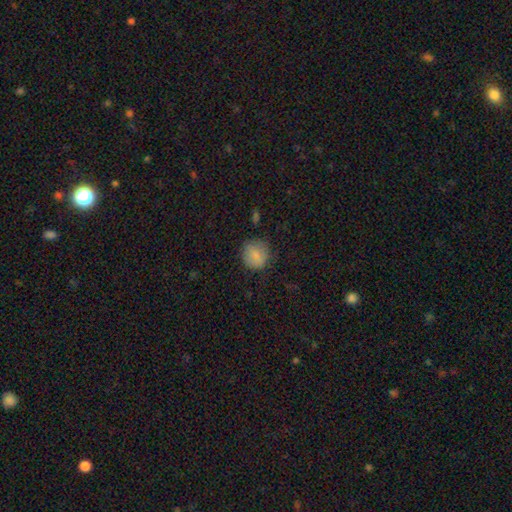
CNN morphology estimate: Smooth or featured? Predicted: smooth (p=0.84). How rounded? Predicted: round (p=0.85). Merging? Predicted: none (p=0.77).